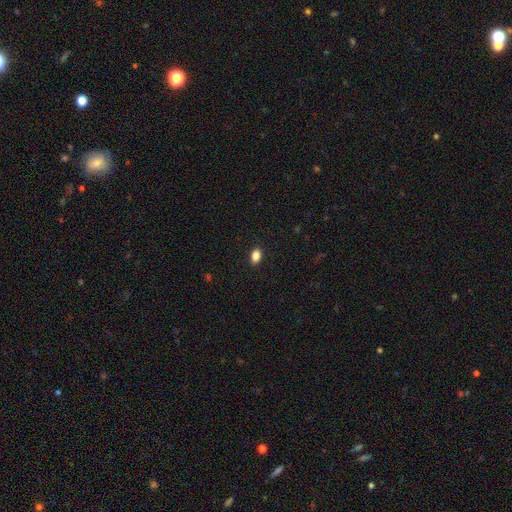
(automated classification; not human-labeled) A smooth galaxy with no disk features (86%) that is in between round and cigar-shaped (84%).

Vote fractions:
- Smooth or featured? smooth: 86% / star or artifact: 9% / featured or disk: 4%
- How rounded? in between: 84% / round: 14% / cigar-shaped: 2%
- Merging? none: 90% / minor disturbance: 7% / major disturbance: 2% / merger: 1%